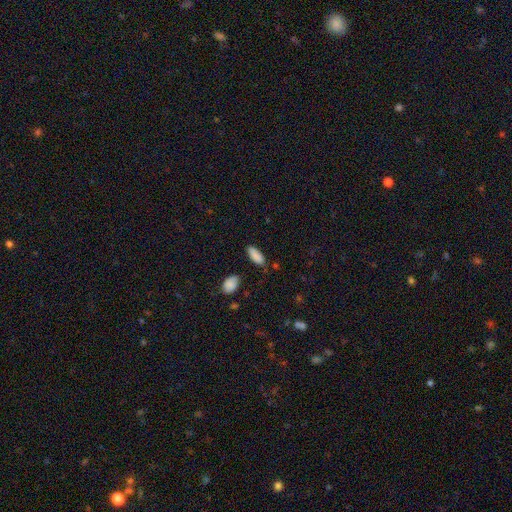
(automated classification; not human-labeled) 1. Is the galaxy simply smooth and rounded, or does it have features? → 88% smooth, 7% star or artifact, 4% featured or disk.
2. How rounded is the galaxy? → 79% in between, 19% cigar-shaped, 2% round.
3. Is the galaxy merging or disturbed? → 80% none, 14% minor disturbance, 3% major disturbance, 3% merger.